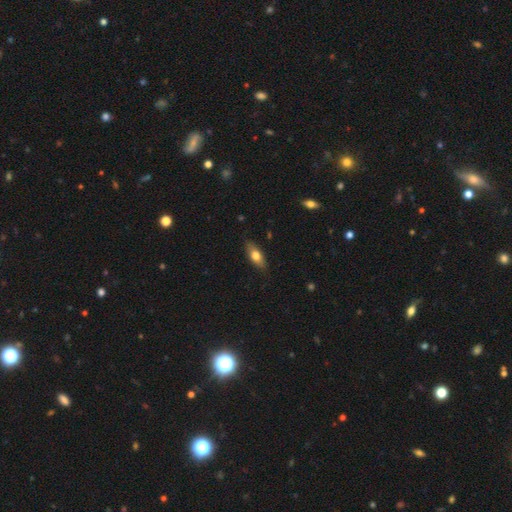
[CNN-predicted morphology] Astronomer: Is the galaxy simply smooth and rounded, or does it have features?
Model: smooth — 67%.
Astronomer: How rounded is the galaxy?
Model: in between — 75%.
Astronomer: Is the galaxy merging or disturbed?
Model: none — 85%.